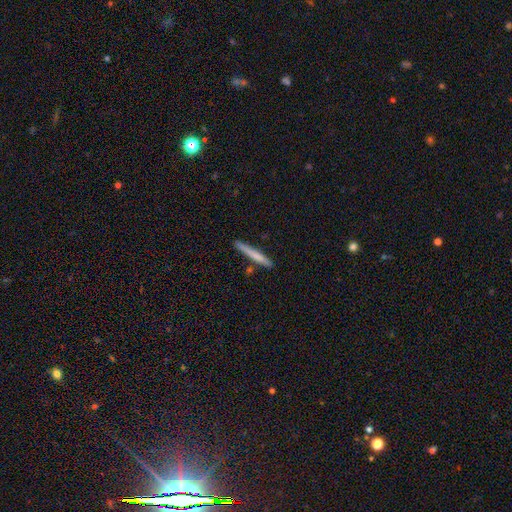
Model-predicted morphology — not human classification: A smooth galaxy with no disk features (67%) that is cigar-shaped (96%). Merging: none (81%).